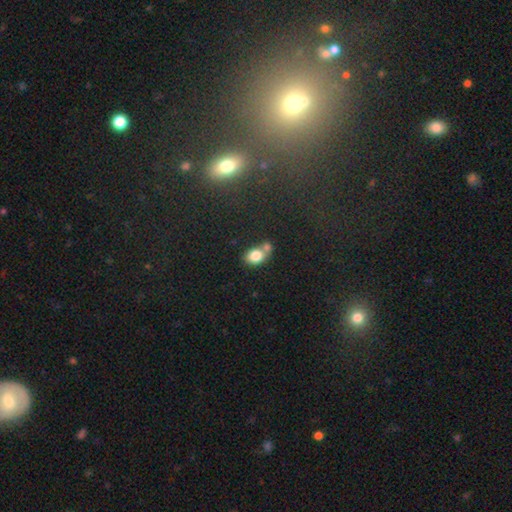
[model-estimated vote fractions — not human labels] Morphology: type=smooth (80%); roundness=in between (72%); merging=merger (43%).